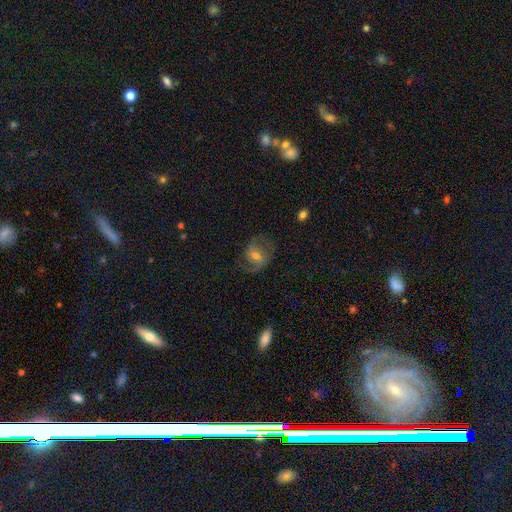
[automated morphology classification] A featured or disk galaxy (71%) with a weak bar (48%), 2 (80%) medium (49%) spiral arms (89%) and a moderate central bulge (57%).

Vote fractions:
- Smooth or featured? featured or disk: 71% / smooth: 21% / star or artifact: 8%
- Edge-on disk? no: 97% / yes: 3%
- Bar? weak: 48% / no: 32% / strong: 19%
- Spiral arms? yes: 89% / no: 11%
- Spiral winding? medium: 49% / loose: 36% / tight: 15%
- Spiral arm count? 2: 80% / 1: 9% / can't tell: 7% / 3: 2% / 4: 1% / more than 4: 1%
- Bulge size? moderate: 57% / small: 35% / large: 5% / none: 2% / dominant: 1%
- Merging? none: 66% / minor disturbance: 18% / major disturbance: 14% / merger: 1%